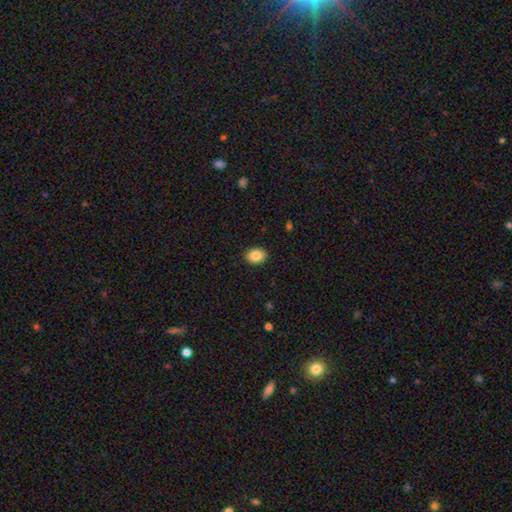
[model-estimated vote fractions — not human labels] Morphology: type=smooth (87%); roundness=in between (67%); merging=none (90%).